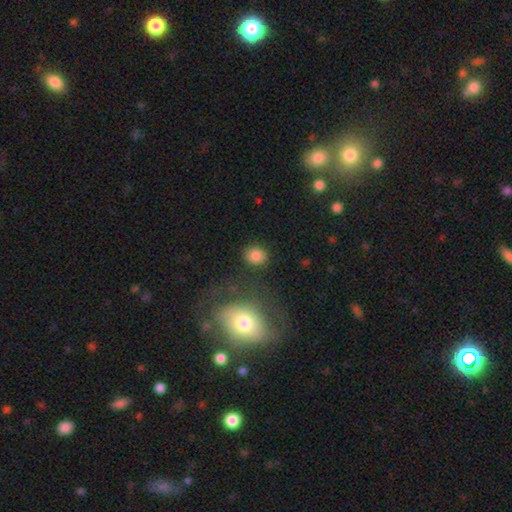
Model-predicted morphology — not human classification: smooth_or_featured: smooth (p=0.83) [alt: star or artifact p=0.11]
how_rounded: round (p=0.73) [alt: in between p=0.26]
merging: none (p=0.82) [alt: minor disturbance p=0.09]